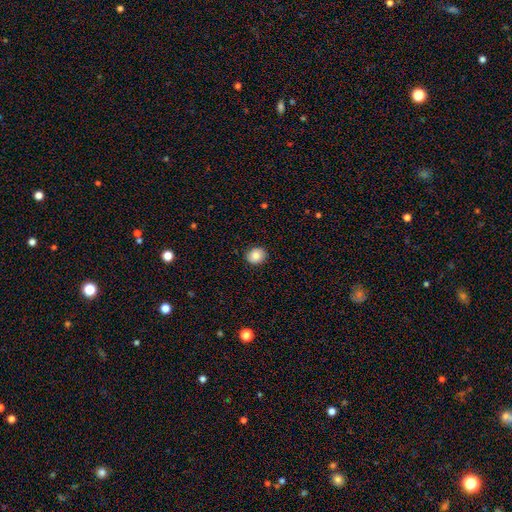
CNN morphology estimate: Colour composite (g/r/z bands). It shows a smooth galaxy with no disk features (82%) that is round (71%). Merging: none (87%).